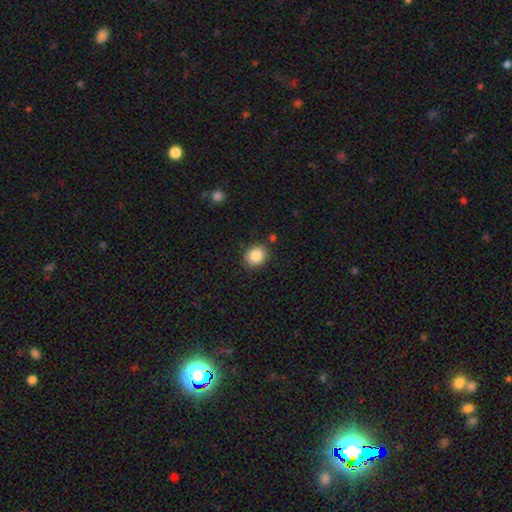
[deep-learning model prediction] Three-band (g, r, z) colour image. It shows a smooth galaxy with no disk features (86%) that is round (75%). Merging: none (86%).